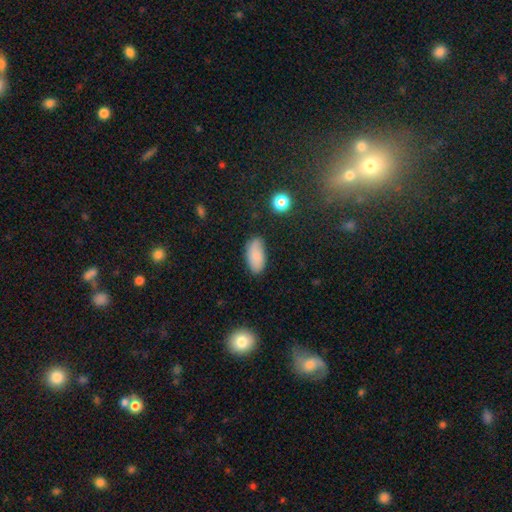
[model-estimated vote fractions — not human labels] Morphology: type=smooth (83%); roundness=in between (91%); merging=none (76%).